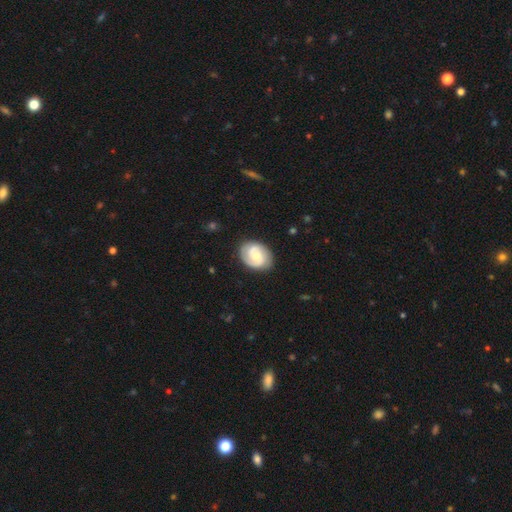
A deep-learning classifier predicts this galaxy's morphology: Q: Smooth or featured?
A: featured or disk (73%); runner-up: smooth (21%)
Q: Edge-on disk?
A: no (98%); runner-up: yes (2%)
Q: Bar?
A: no (48%); runner-up: weak (43%)
Q: Spiral arms?
A: yes (93%); runner-up: no (7%)
Q: Spiral winding?
A: tight (43%); runner-up: medium (42%)
Q: Spiral arm count?
A: 2 (84%); runner-up: can't tell (8%)
Q: Bulge size?
A: moderate (52%); runner-up: small (41%)
Q: Merging?
A: none (81%); runner-up: minor disturbance (14%)